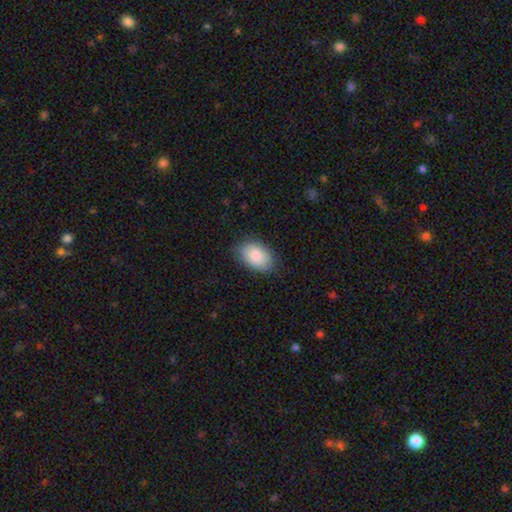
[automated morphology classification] smooth 84%, featured or disk 10%, star or artifact 6%. Down the decision tree: how rounded — in between (88%); merging — none (81%).